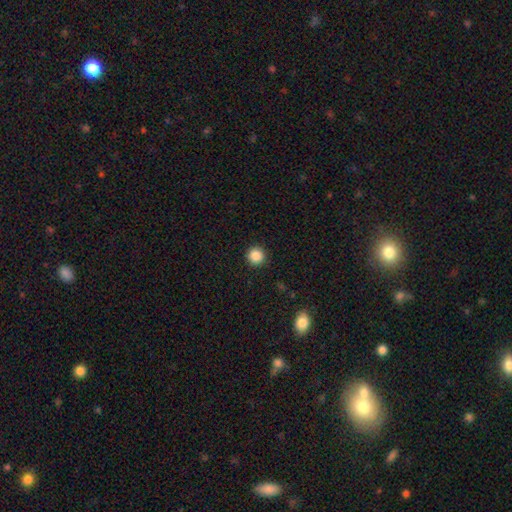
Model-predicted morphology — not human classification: Overall: smooth (87%). How rounded: round (95%). Merging: none (93%).